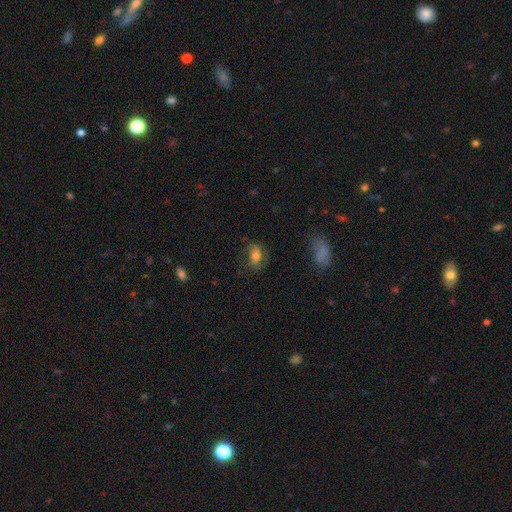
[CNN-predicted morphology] The model was most divided on "smooth or featured": smooth: 59%, featured or disk: 30%, star or artifact: 10%. More confident: how rounded — in between (78%); merging — none (59%).